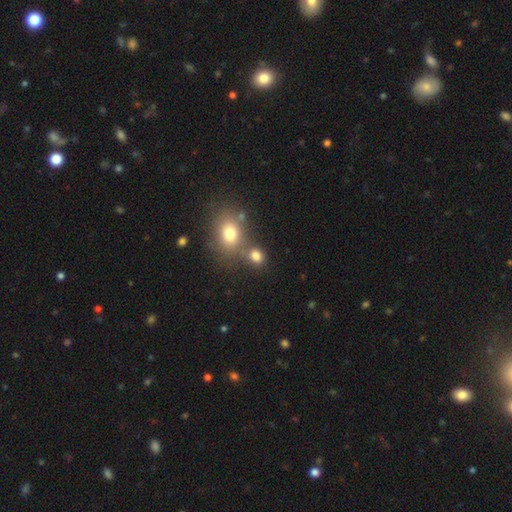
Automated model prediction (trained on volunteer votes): This appears to be a smooth galaxy with no disk features (79%) that is round (52%). Merging: none (54%).